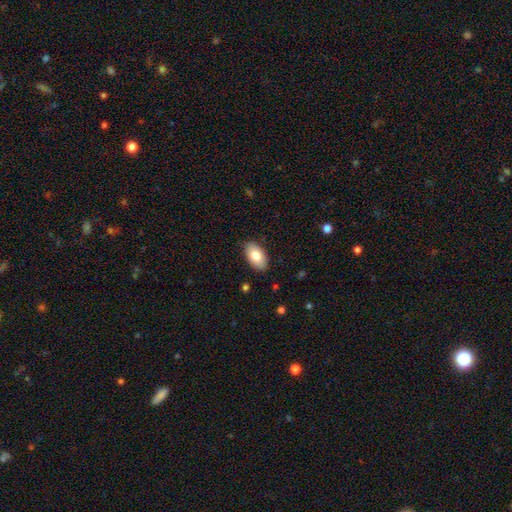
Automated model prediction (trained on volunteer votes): Overall: smooth (81%). How rounded: in between (94%). Merging: none (87%).